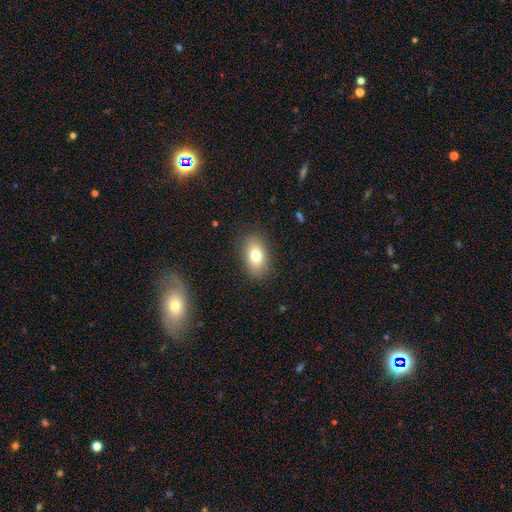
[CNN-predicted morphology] A smooth galaxy with no disk features (76%) that is in between round and cigar-shaped (86%).

Vote fractions:
- Smooth or featured? smooth: 76% / featured or disk: 14% / star or artifact: 9%
- How rounded? in between: 86% / round: 12% / cigar-shaped: 2%
- Merging? none: 86% / minor disturbance: 10% / major disturbance: 3% / merger: 1%